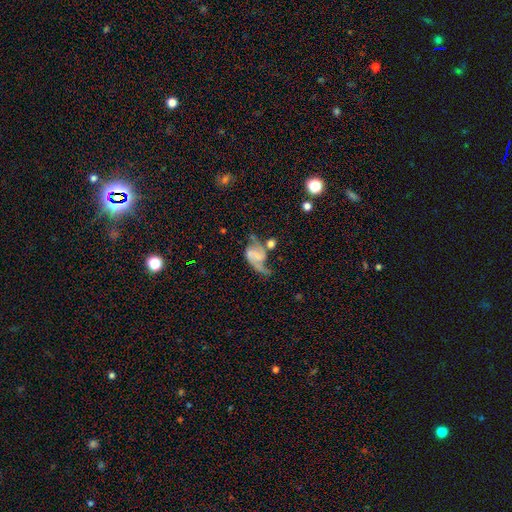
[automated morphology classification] This is likely a featured or disk galaxy (78%). It is clearly not viewed edge-on (97%). Bar: marginally no (41%). Spiral arm pattern: clearly yes (92%). Spiral arm count: clearly 2 (87%). Spiral winding: possibly loose (55%). Central bulge: possibly none (54%). Merging: marginally none (38%).